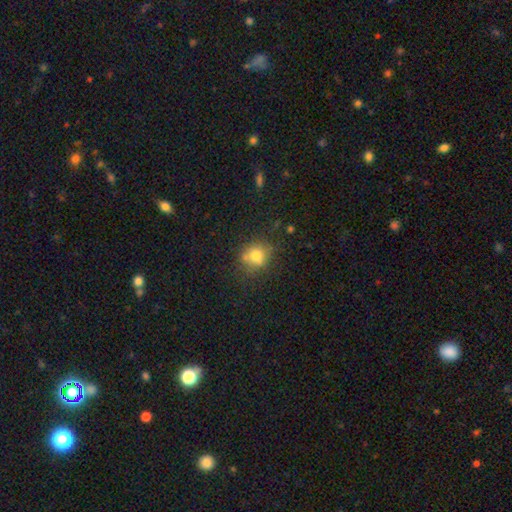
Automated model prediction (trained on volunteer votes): Smooth or featured? Predicted: smooth (p=0.71). How rounded? Predicted: round (p=0.79). Merging? Predicted: none (p=0.64).